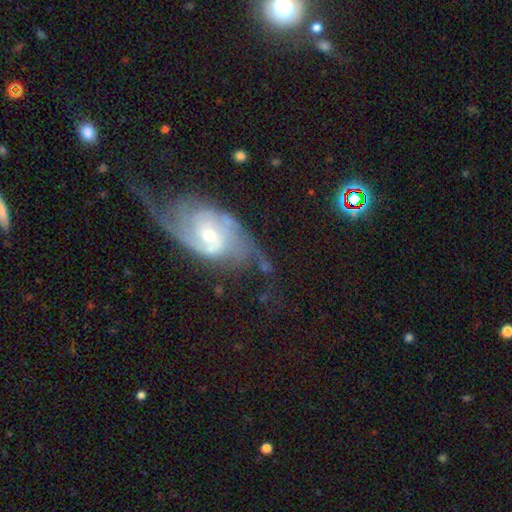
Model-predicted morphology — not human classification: featured or disk 84%, star or artifact 9%, smooth 7%. Down the decision tree: edge-on disk — no (95%); bar — weak (47%); spiral arms — yes (96%); spiral arm count — 2 (74%); spiral winding — medium (44%); bulge size — small (47%); merging — none (64%).